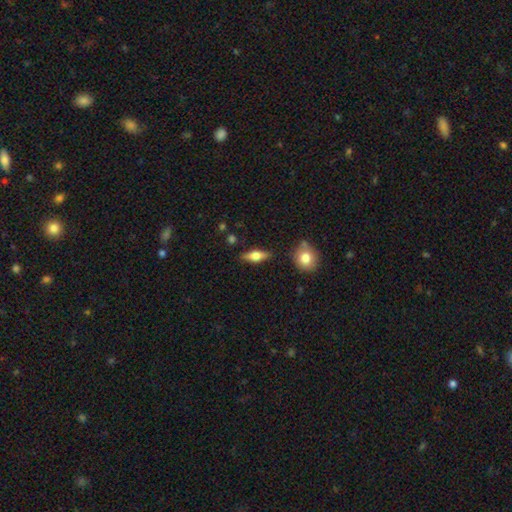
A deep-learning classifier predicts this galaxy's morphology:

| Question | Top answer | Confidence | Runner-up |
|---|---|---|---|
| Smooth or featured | smooth | 51% | featured or disk (43%) |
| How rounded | in between | 64% | cigar-shaped (31%) |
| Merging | none | 82% | minor disturbance (12%) |